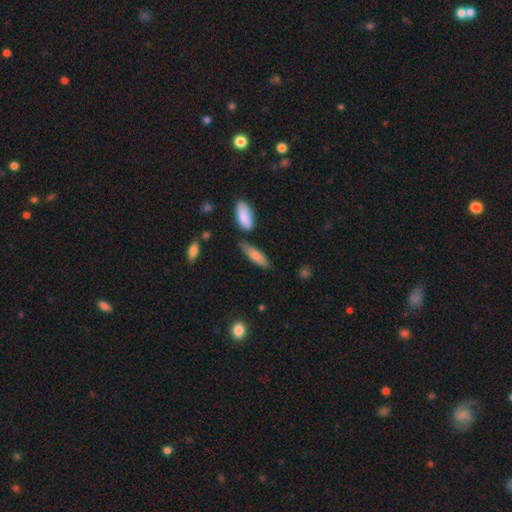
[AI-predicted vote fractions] smooth_or_featured: smooth (p=0.79) [alt: featured or disk p=0.14]
how_rounded: cigar-shaped (p=0.53) [alt: in between p=0.45]
merging: none (p=0.70) [alt: minor disturbance p=0.18]